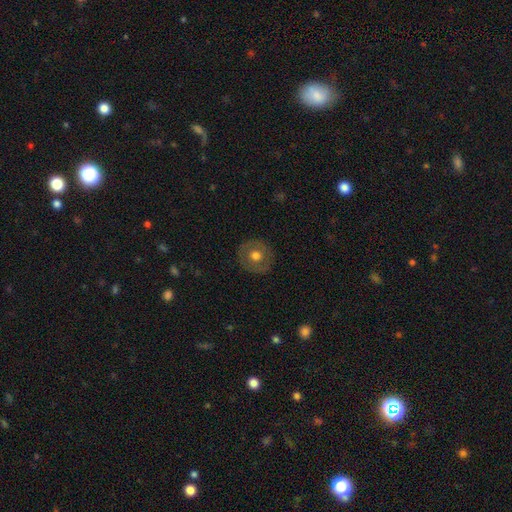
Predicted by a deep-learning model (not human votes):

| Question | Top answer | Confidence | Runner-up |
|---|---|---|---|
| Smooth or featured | smooth | 57% | featured or disk (36%) |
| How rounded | round | 90% | in between (9%) |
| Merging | none | 87% | minor disturbance (9%) |